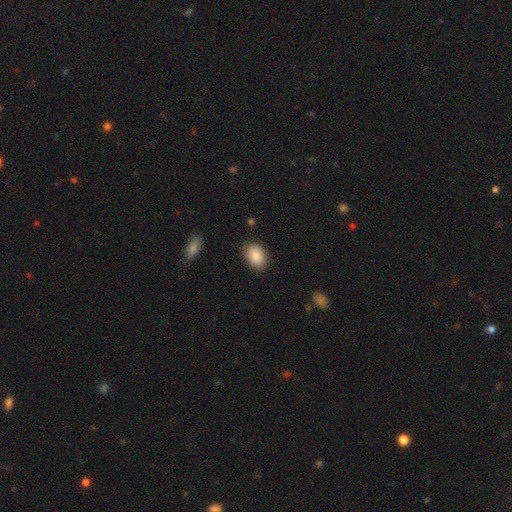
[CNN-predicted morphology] type=smooth (87%); roundness=in between (85%); merging=none (83%).